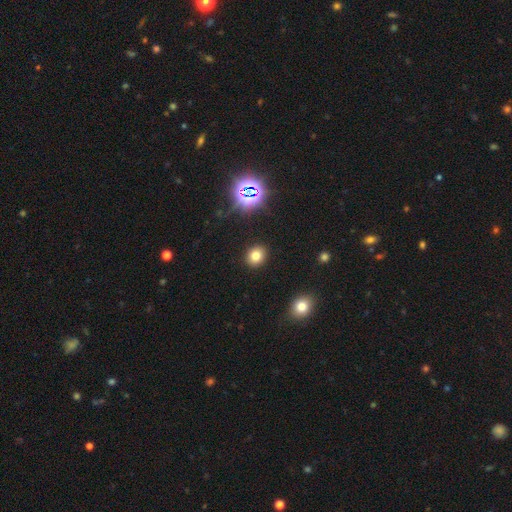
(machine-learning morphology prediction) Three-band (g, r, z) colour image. It shows a smooth galaxy with no disk features (77%) that is round (61%). Merging: none (90%).